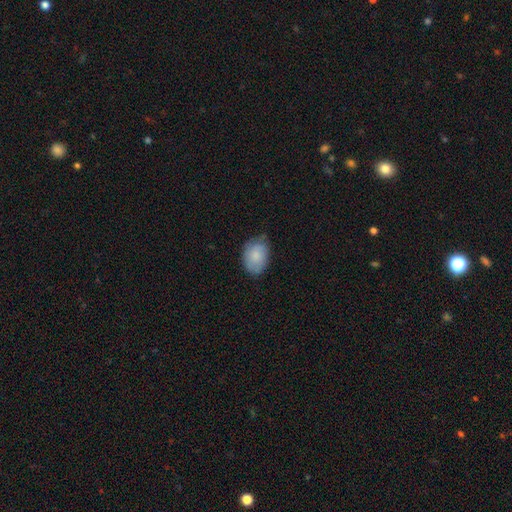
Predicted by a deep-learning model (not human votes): Smooth or featured: smooth — 80% (featured or disk — 14%)
How rounded: in between — 84% (round — 15%)
Merging: none — 61% (minor disturbance — 32%)